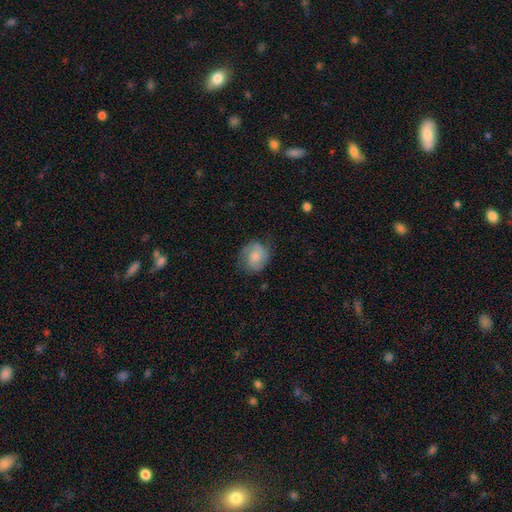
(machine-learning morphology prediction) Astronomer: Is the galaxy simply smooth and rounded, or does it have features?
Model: smooth — 52% (runner-up: featured or disk, 40%).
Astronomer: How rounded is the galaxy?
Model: round — 57% (runner-up: in between, 42%).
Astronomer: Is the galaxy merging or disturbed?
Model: none — 61%.